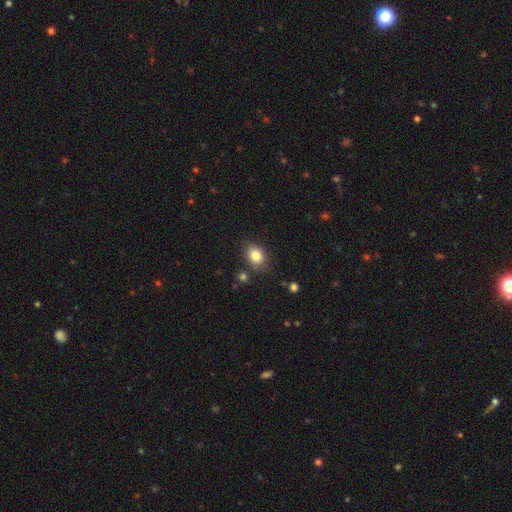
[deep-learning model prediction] Smooth or featured? smooth (83%)
How rounded? in between (58%)
Merging? none (80%)